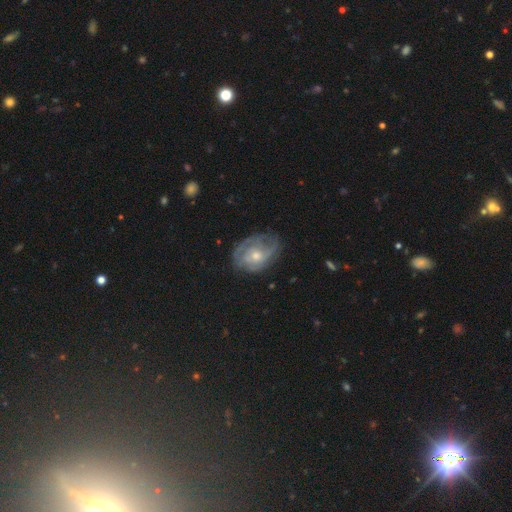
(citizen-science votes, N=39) featured or disk 72%, smooth 28%, star or artifact 0%. Down the decision tree: edge-on disk — no (100%); bar — no (86%); spiral arms — yes (86%); spiral arm count — can't tell (50%); spiral winding — tight (50%); bulge size — moderate (64%); merging — none (51%).